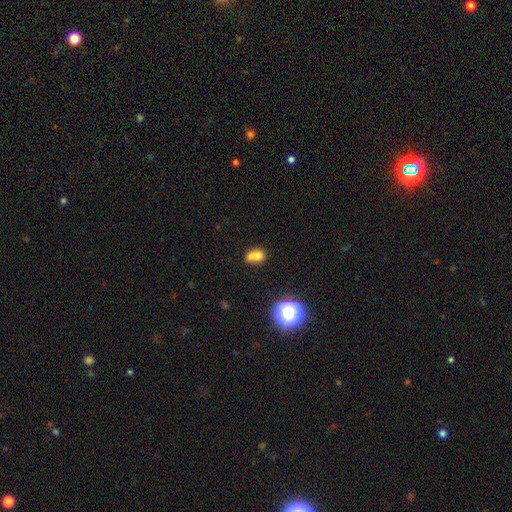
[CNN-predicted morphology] A smooth galaxy with no disk features (67%) that is round (63%). Merging: merger (63%).